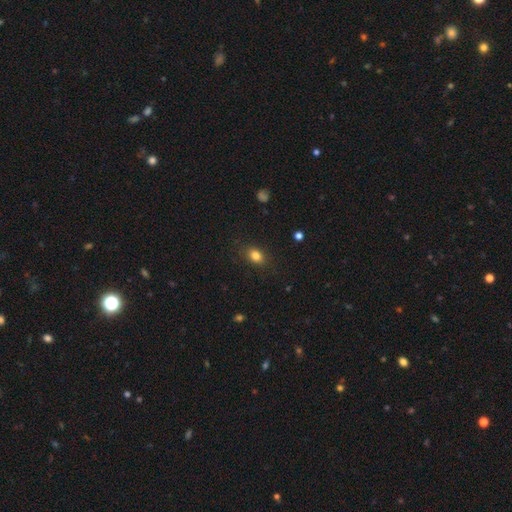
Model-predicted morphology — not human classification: Q: Smooth or featured?
A: smooth (83%); runner-up: star or artifact (10%)
Q: How rounded?
A: in between (72%); runner-up: round (26%)
Q: Merging?
A: none (85%); runner-up: minor disturbance (11%)